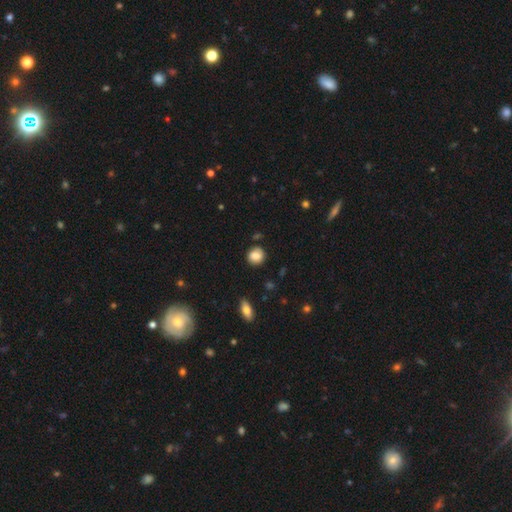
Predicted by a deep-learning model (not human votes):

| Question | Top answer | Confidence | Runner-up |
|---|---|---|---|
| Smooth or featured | smooth | 85% | star or artifact (9%) |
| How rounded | round | 81% | in between (18%) |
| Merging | none | 82% | minor disturbance (13%) |